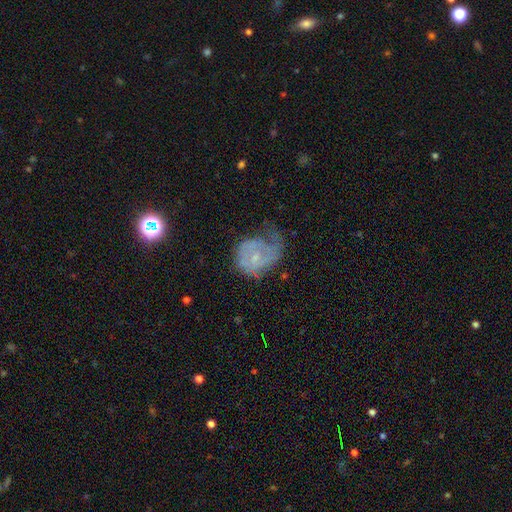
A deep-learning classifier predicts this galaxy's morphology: A featured or disk galaxy (66%) with no bar (68%), spiral arms (76%) and a small central bulge (68%). Merging: major disturbance (37%).